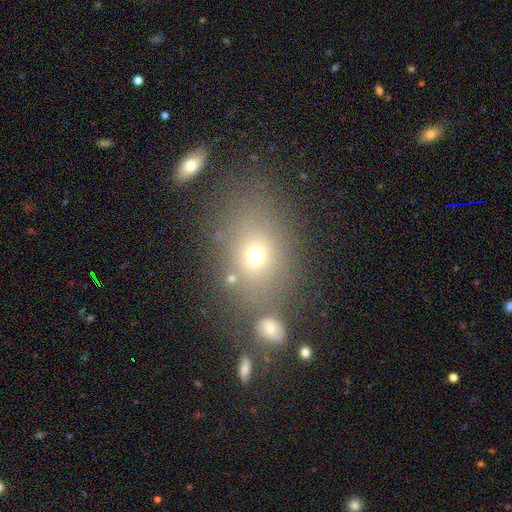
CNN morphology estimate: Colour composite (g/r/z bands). It shows a smooth galaxy with no disk features (67%) that is in between round and cigar-shaped (53%). Merging: none (62%).